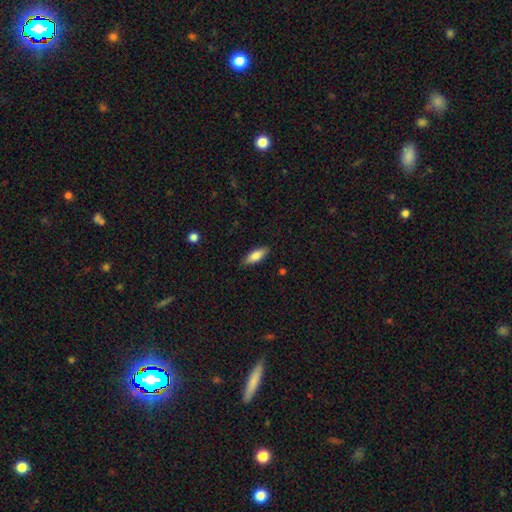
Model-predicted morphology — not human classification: Overall: smooth (81%). How rounded: in between (69%). Merging: none (87%).